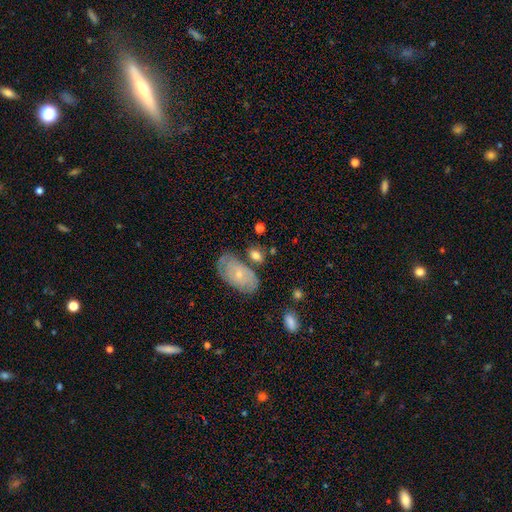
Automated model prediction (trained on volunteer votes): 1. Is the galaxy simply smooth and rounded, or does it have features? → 70% smooth, 23% featured or disk, 7% star or artifact.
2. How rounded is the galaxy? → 74% in between, 23% round, 3% cigar-shaped.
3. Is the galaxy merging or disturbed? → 63% none, 17% minor disturbance, 14% merger, 6% major disturbance.